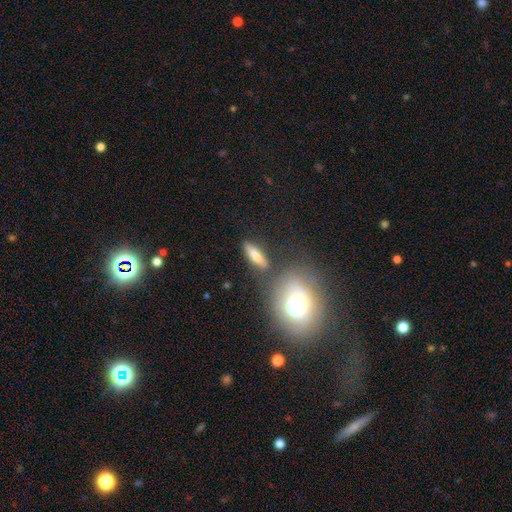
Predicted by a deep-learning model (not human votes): Q: Smooth or featured?
A: smooth (72%); runner-up: featured or disk (17%)
Q: How rounded?
A: cigar-shaped (59%); runner-up: in between (36%)
Q: Merging?
A: none (75%); runner-up: minor disturbance (12%)